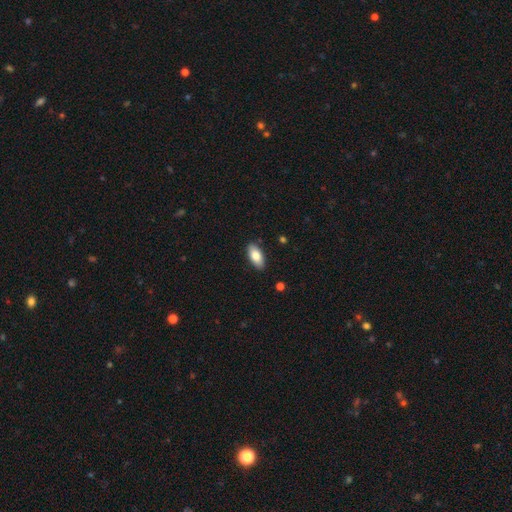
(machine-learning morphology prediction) Smooth or featured? Predicted: smooth (p=0.81). How rounded? Predicted: in between (p=0.91). Merging? Predicted: none (p=0.88).